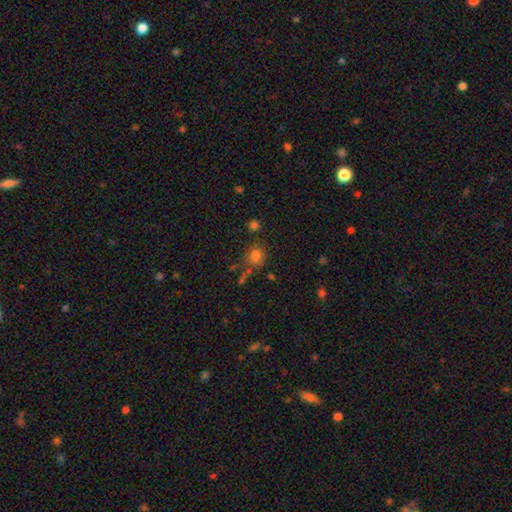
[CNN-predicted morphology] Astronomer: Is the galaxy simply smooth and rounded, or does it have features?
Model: smooth — 71%.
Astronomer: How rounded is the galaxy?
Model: in between — 58% (runner-up: round, 41%).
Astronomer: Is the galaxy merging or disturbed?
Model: none — 55%.